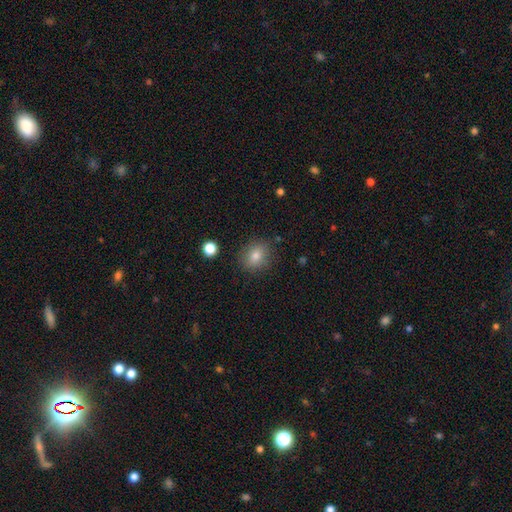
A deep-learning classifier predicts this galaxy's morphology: A smooth galaxy with no disk features (79%) that is round (57%). Merging: none (86%).